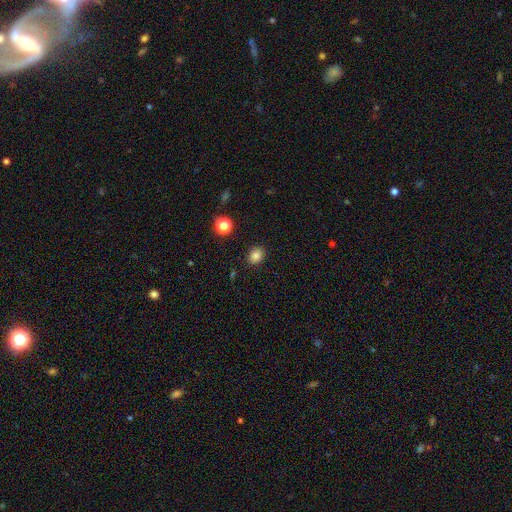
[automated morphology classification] This appears to be a smooth galaxy with no disk features (83%) that is round (54%). Merging: none (88%).